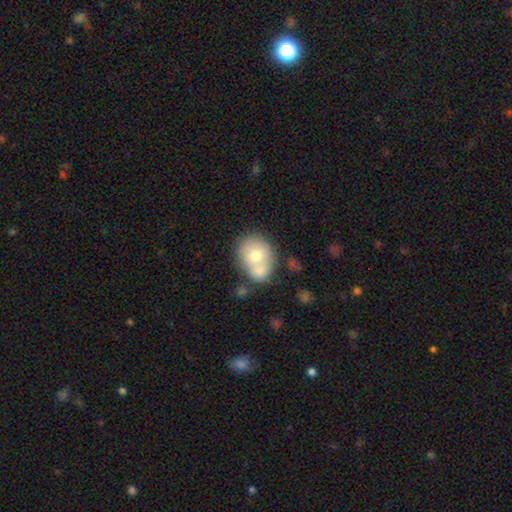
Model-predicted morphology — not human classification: Smooth or featured?
  - smooth: 66% *
  - featured or disk: 26%
  - star or artifact: 8%
How rounded?
  - round: 66% *
  - in between: 33%
  - cigar-shaped: 1%
Merging?
  - merger: 48% *
  - none: 36%
  - minor disturbance: 12%
  - major disturbance: 4%